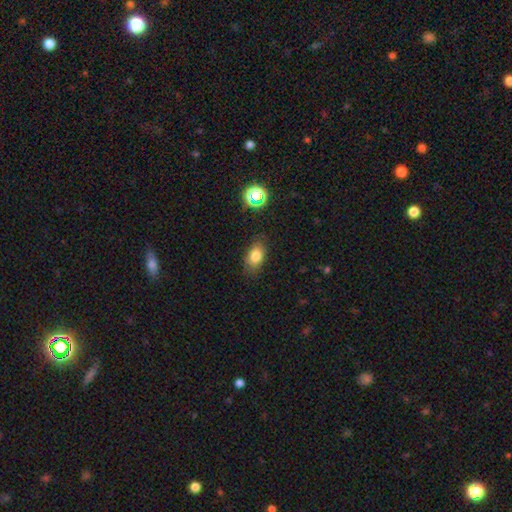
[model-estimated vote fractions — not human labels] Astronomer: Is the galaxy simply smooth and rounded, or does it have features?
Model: smooth — 79%.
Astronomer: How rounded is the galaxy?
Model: in between — 85%.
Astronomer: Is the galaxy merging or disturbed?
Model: none — 81%.